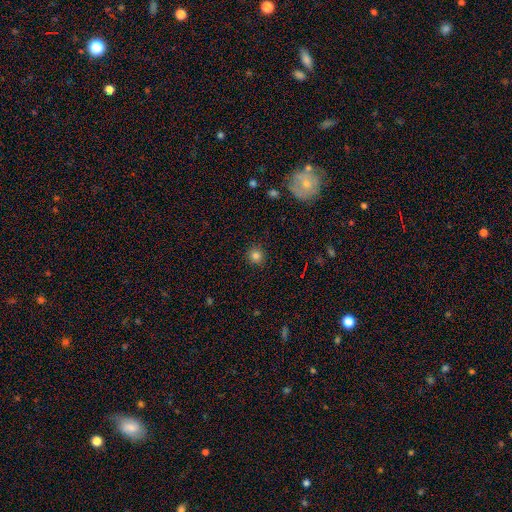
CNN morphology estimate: Smooth or featured: smooth — 82% (star or artifact — 13%)
How rounded: round — 94% (in between — 5%)
Merging: none — 91% (minor disturbance — 6%)